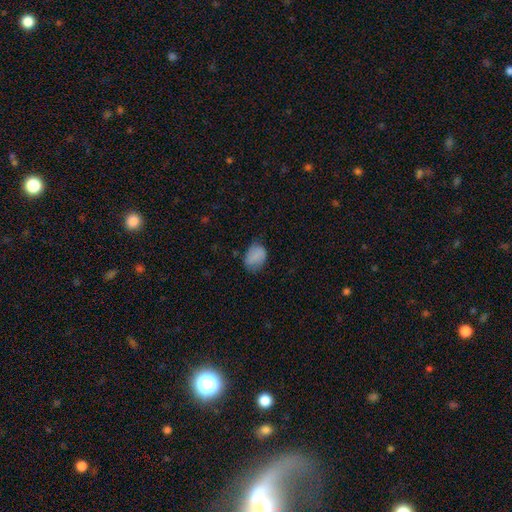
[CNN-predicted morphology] This appears to be a smooth galaxy with no disk features (81%) that is in between round and cigar-shaped (70%). Merging: none (61%).